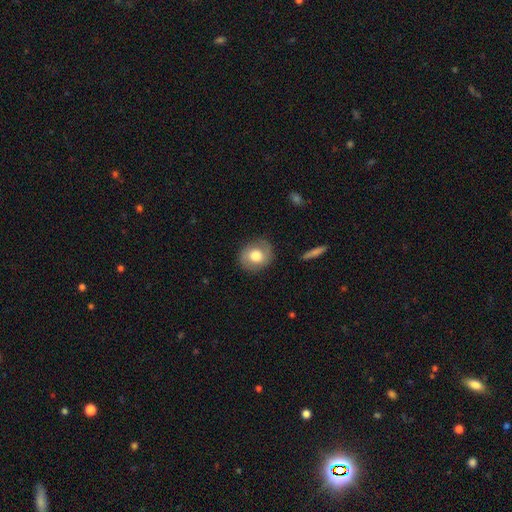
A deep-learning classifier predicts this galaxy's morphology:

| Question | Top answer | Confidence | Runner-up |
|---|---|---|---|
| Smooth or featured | smooth | 62% | featured or disk (31%) |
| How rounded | round | 74% | in between (25%) |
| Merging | none | 83% | minor disturbance (12%) |